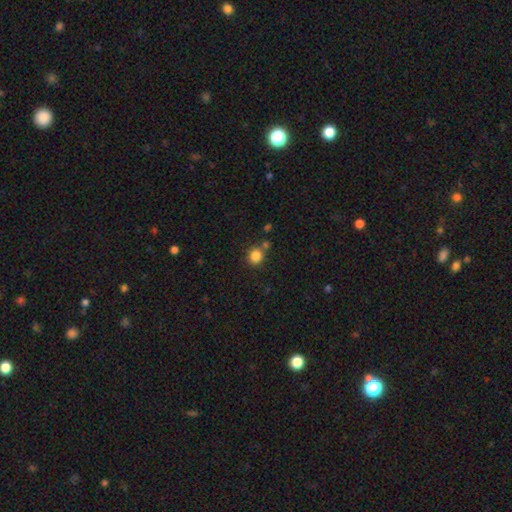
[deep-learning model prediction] Smooth or featured? Predicted: smooth (p=0.84). How rounded? Predicted: round (p=0.89). Merging? Predicted: none (p=0.73).